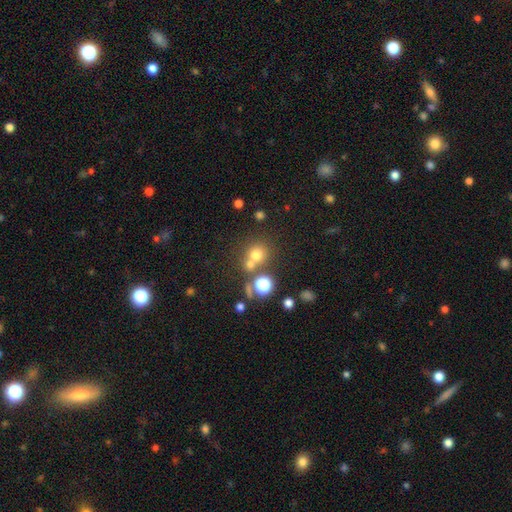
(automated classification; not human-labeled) Smooth or featured? smooth (63%)
How rounded? round (87%)
Merging? none (59%)